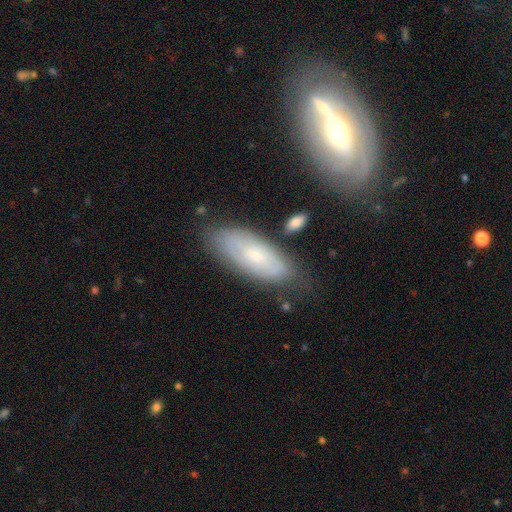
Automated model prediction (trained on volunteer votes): Morphology: type=smooth (52%); roundness=in between (82%); merging=none (71%).